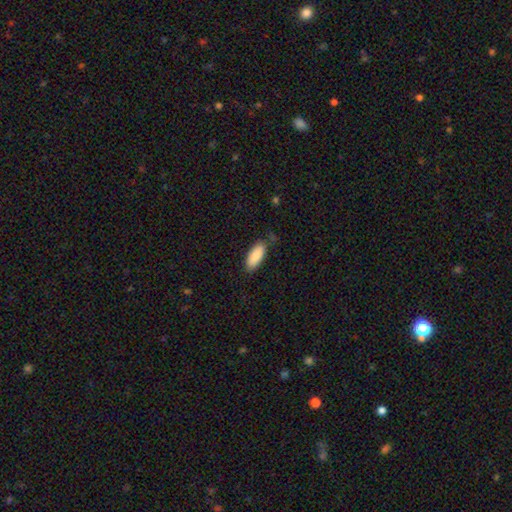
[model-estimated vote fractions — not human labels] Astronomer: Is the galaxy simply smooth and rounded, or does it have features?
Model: smooth — 88%.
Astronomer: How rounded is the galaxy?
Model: in between — 82%.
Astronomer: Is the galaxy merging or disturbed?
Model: none — 77%.